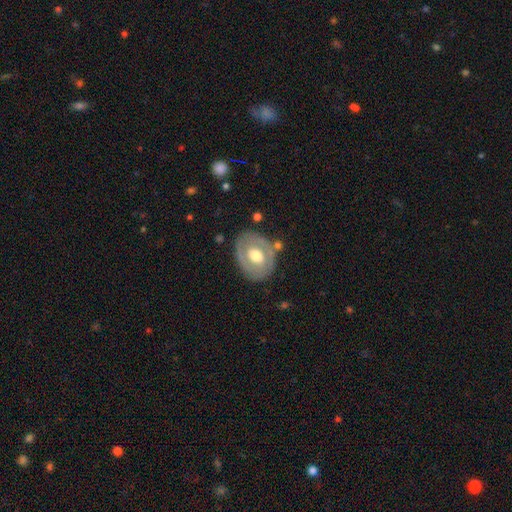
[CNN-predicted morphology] A featured or disk galaxy (58%) with no bar (67%), no spiral arms (66%) and a moderate central bulge (66%). Merging: none (72%).